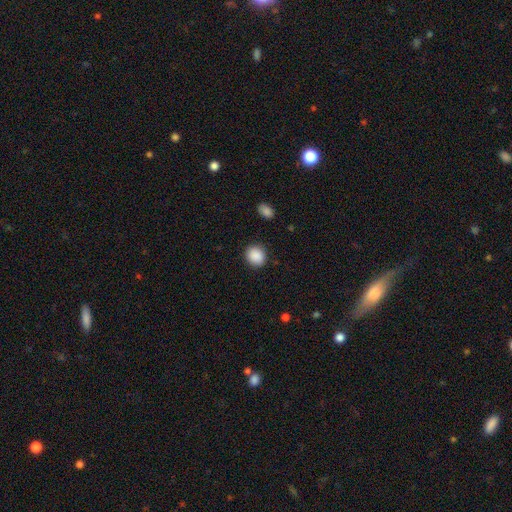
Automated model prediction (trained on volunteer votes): Q: Smooth or featured?
A: smooth (89%); runner-up: star or artifact (8%)
Q: How rounded?
A: round (75%); runner-up: in between (24%)
Q: Merging?
A: none (88%); runner-up: minor disturbance (8%)